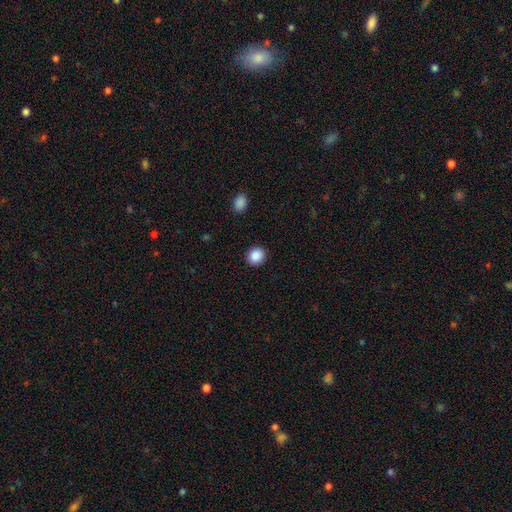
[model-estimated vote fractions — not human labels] A smooth galaxy with no disk features (89%) that is round (86%).

Vote fractions:
- Smooth or featured? smooth: 89% / star or artifact: 9% / featured or disk: 3%
- How rounded? round: 86% / in between: 13% / cigar-shaped: 1%
- Merging? none: 91% / minor disturbance: 5% / major disturbance: 2% / merger: 1%